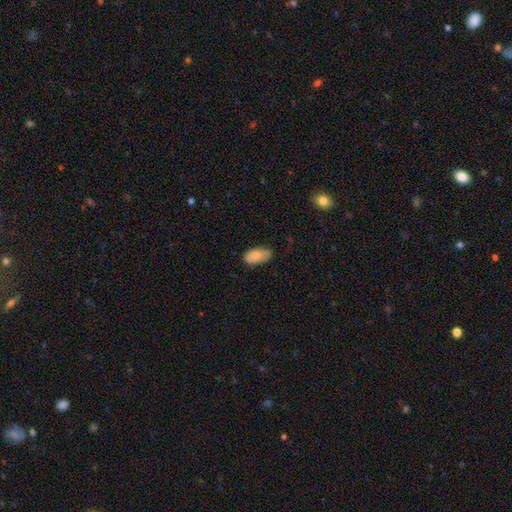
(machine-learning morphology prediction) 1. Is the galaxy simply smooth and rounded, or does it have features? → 83% smooth, 11% featured or disk, 6% star or artifact.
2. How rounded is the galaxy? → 92% in between, 5% cigar-shaped, 3% round.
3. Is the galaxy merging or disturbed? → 75% none, 20% minor disturbance, 3% major disturbance, 2% merger.